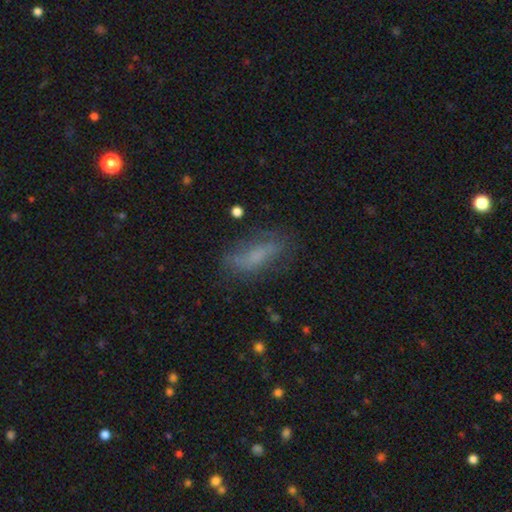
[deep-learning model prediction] Smooth or featured? smooth (60%)
How rounded? in between (64%)
Merging? none (65%)